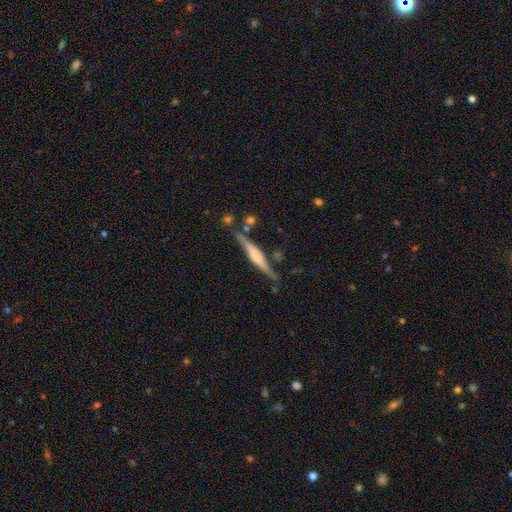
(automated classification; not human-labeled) This appears to be a featured or disk galaxy (67%) viewed edge-on (96%) with a rounded central bulge (61%). Merging: none (78%).